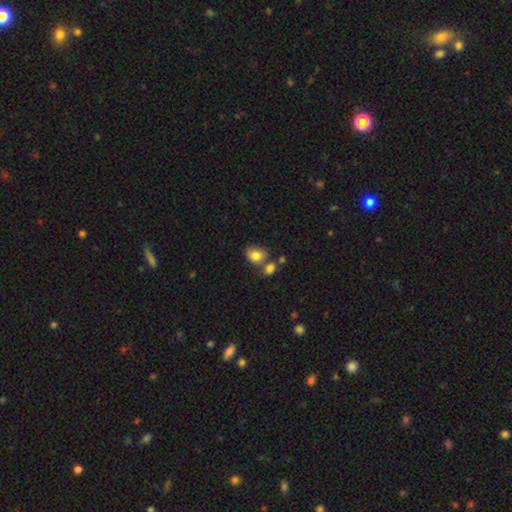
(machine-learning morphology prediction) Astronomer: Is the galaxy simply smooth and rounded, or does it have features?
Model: smooth — 82%.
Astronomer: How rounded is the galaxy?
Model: in between — 51% (runner-up: round, 48%).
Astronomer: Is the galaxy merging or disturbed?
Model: none — 52% (runner-up: merger, 29%).